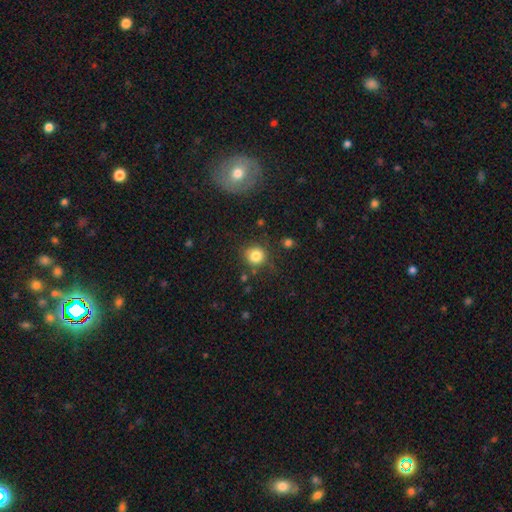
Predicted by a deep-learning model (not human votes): A smooth galaxy with no disk features (82%) that is round (88%). Merging: none (81%).